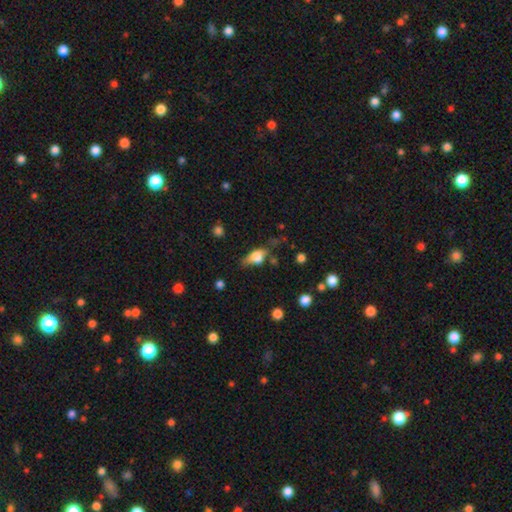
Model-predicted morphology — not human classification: This is likely a smooth galaxy (62%). How rounded: likely in between (78%). Merging: possibly none (48%).